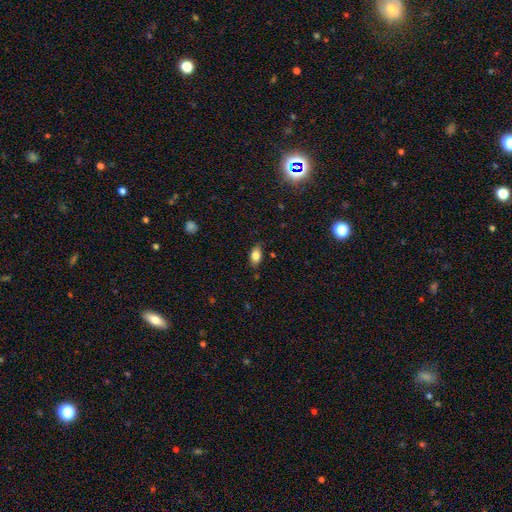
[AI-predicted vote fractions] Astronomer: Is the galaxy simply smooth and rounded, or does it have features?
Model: smooth — 81%.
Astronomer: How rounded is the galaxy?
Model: in between — 88%.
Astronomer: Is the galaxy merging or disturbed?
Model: none — 77%.